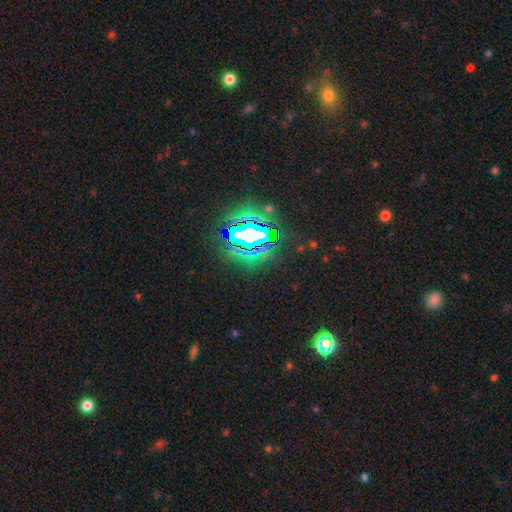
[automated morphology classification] The model was most divided on "smooth or featured": star or artifact: 84%, smooth: 9%, featured or disk: 6%.